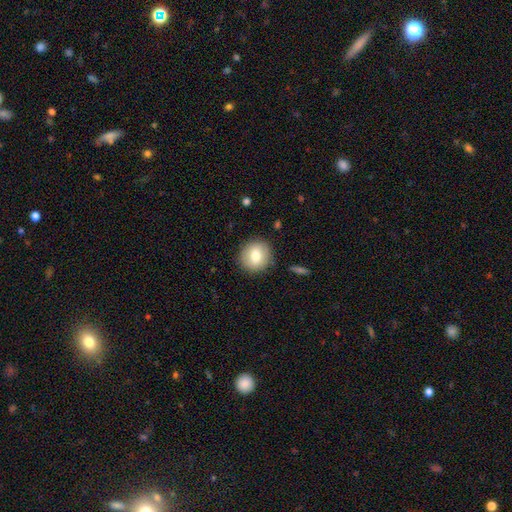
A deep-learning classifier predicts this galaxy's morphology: A smooth galaxy with no disk features (75%) that is round (86%).

Vote fractions:
- Smooth or featured? smooth: 75% / featured or disk: 17% / star or artifact: 8%
- How rounded? round: 86% / in between: 13% / cigar-shaped: 1%
- Merging? none: 88% / minor disturbance: 8% / major disturbance: 3% / merger: 2%